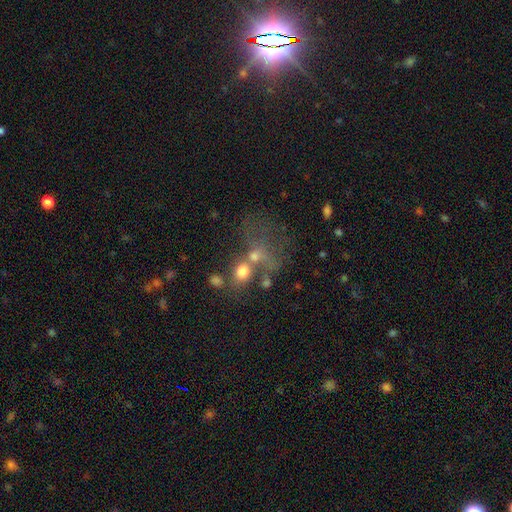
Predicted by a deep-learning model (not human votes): smooth-or-featured: smooth: 55% | featured or disk: 24% | star or artifact: 21%
  how-rounded: round: 51% | in between: 47% | cigar-shaped: 2%
  merging: merger: 45% | none: 27% | major disturbance: 18% | minor disturbance: 10%